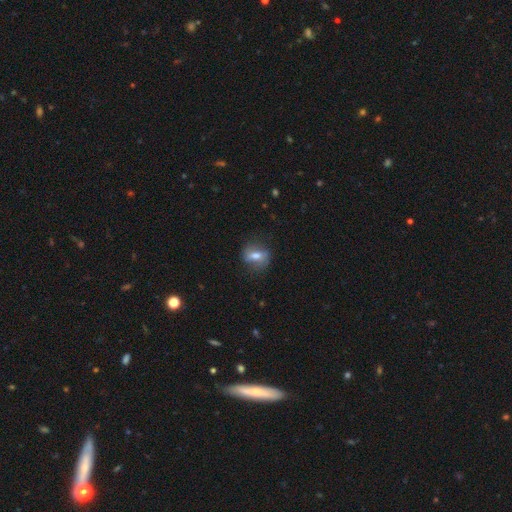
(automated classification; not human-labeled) A smooth galaxy with no disk features (60%) that is in between round and cigar-shaped (61%).

Vote fractions:
- Smooth or featured? smooth: 60% / featured or disk: 31% / star or artifact: 10%
- How rounded? in between: 61% / round: 27% / cigar-shaped: 12%
- Merging? none: 73% / minor disturbance: 18% / major disturbance: 7% / merger: 2%